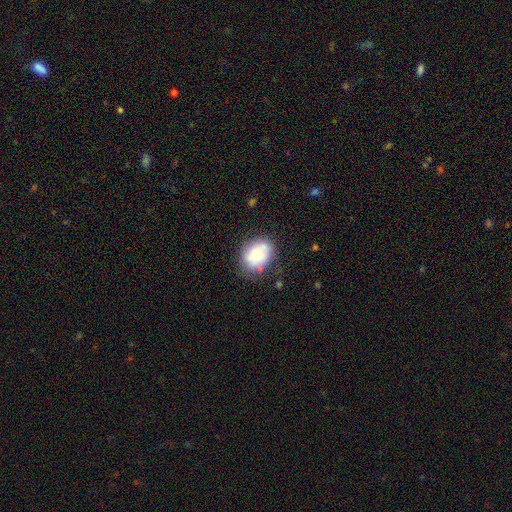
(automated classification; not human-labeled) smooth 74%, featured or disk 18%, star or artifact 8%. Down the decision tree: how rounded — in between (62%); merging — none (66%).